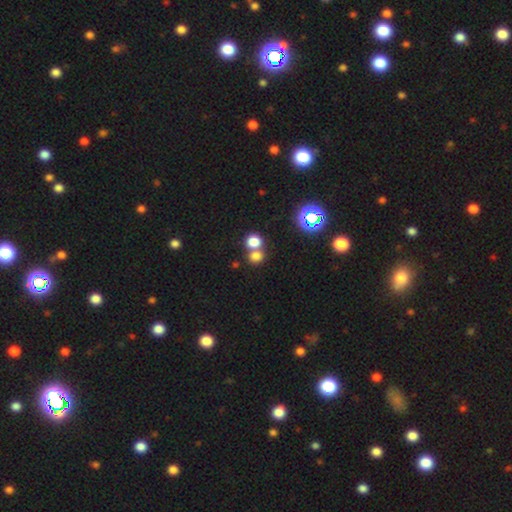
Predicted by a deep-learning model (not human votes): This is likely a smooth galaxy (72%). How rounded: likely round (72%). Merging: possibly merger (46%).